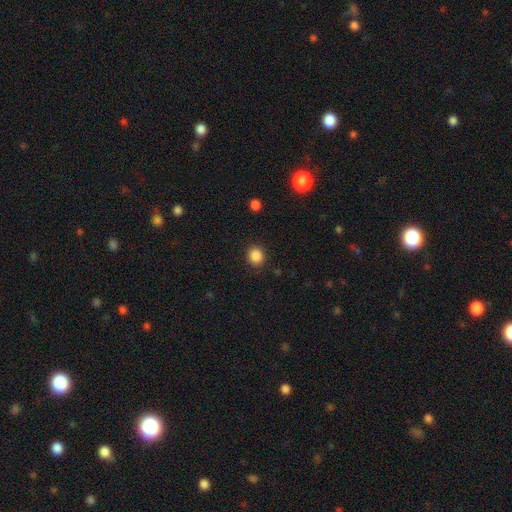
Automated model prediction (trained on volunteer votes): A smooth galaxy with no disk features (86%) that is round (79%).

Vote fractions:
- Smooth or featured? smooth: 86% / star or artifact: 10% / featured or disk: 3%
- How rounded? round: 79% / in between: 20% / cigar-shaped: 1%
- Merging? none: 90% / minor disturbance: 7% / major disturbance: 2% / merger: 1%